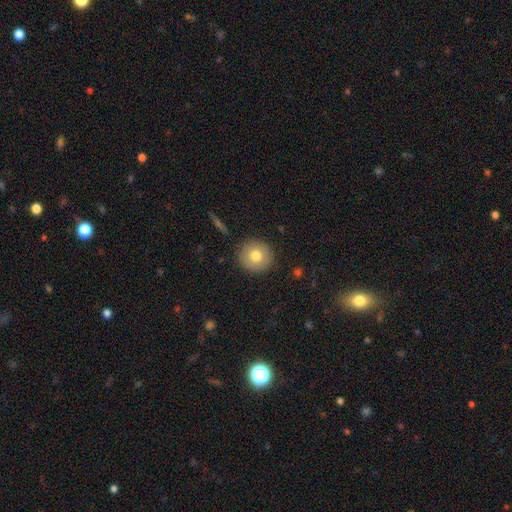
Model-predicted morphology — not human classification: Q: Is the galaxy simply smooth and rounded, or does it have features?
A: smooth — 76%.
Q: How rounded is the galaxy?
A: round — 91%.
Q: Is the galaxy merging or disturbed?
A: none — 89%.